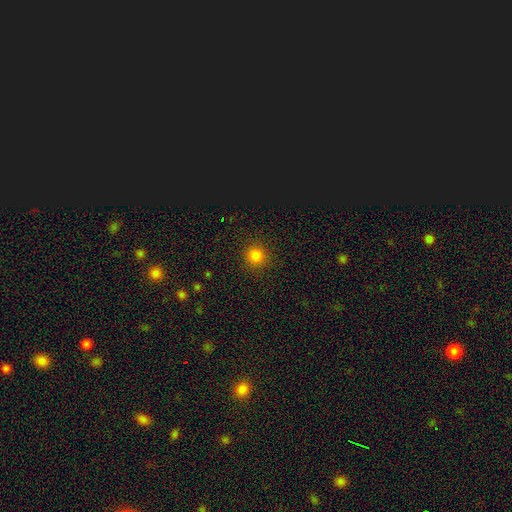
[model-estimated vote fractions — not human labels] Smooth or featured? Predicted: smooth (p=0.81). How rounded? Predicted: round (p=0.93). Merging? Predicted: none (p=0.91).